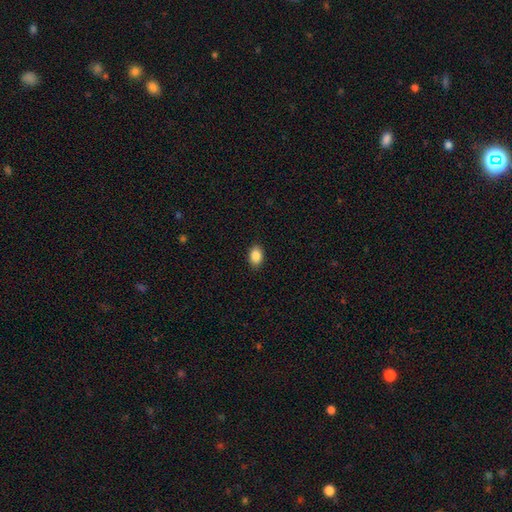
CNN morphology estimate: This is clearly a smooth galaxy (88%). How rounded: clearly in between (84%). Merging: clearly none (90%).